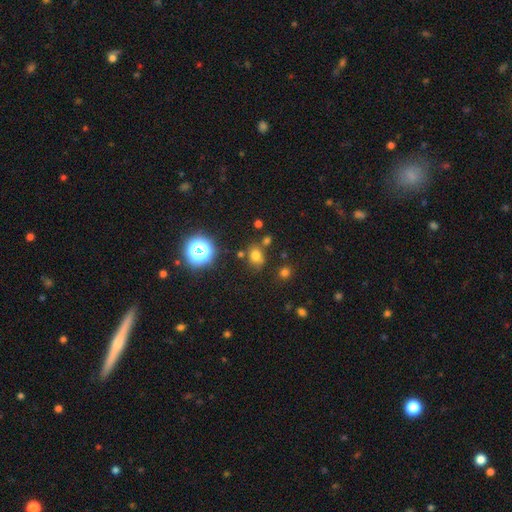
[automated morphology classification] Smooth or featured?
  - smooth: 71% *
  - star or artifact: 21%
  - featured or disk: 8%
How rounded?
  - round: 55% *
  - in between: 44%
  - cigar-shaped: 1%
Merging?
  - none: 71% *
  - minor disturbance: 16%
  - merger: 8%
  - major disturbance: 5%